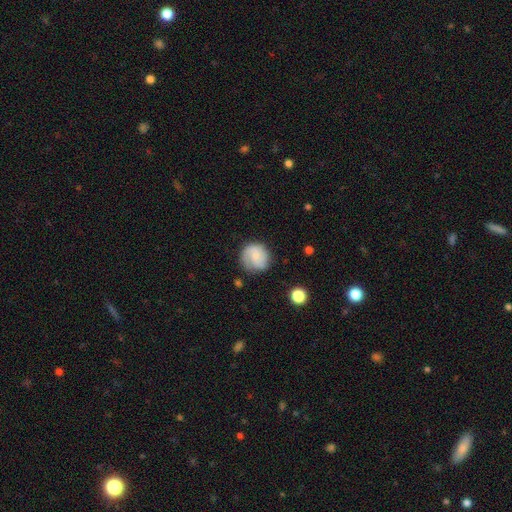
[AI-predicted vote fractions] Q: Smooth or featured?
A: featured or disk (47%); runner-up: smooth (46%)
Q: Merging?
A: none (71%); runner-up: minor disturbance (19%)